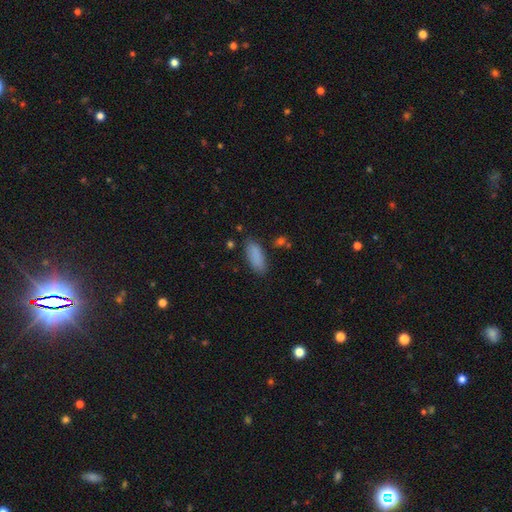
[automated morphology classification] This appears to be a smooth galaxy with no disk features (88%) that is in between round and cigar-shaped (78%). Merging: none (80%).